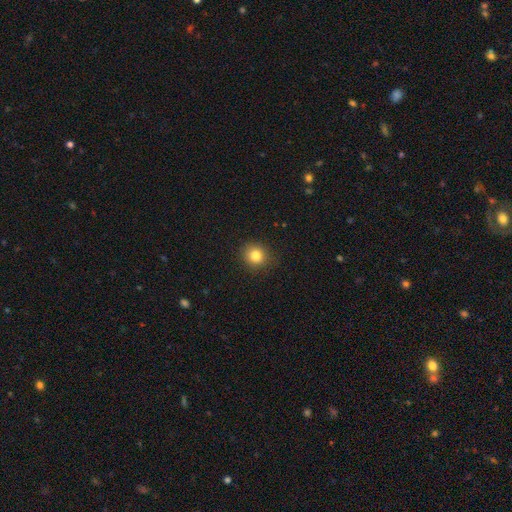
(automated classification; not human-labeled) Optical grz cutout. It shows a smooth galaxy with no disk features (82%) that is round (87%). Merging: none (89%).